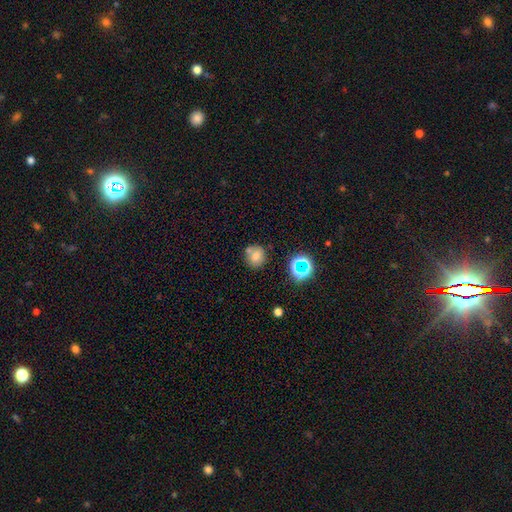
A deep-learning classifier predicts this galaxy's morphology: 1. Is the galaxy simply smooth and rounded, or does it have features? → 72% smooth, 16% star or artifact, 12% featured or disk.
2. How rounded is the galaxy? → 84% round, 15% in between, 1% cigar-shaped.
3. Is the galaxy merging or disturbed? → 65% none, 19% merger, 12% minor disturbance, 4% major disturbance.